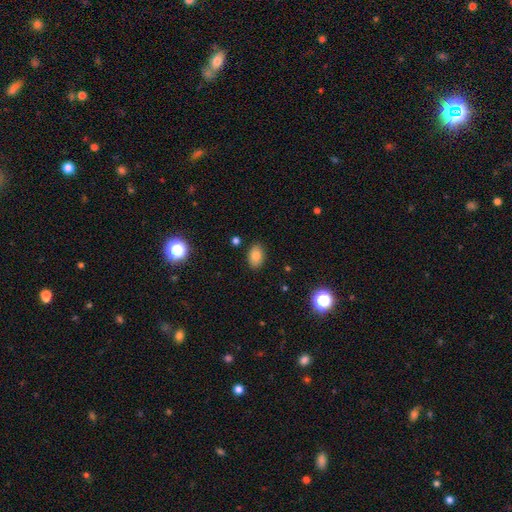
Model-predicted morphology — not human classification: smooth 81%, star or artifact 11%, featured or disk 8%. Down the decision tree: how rounded — in between (85%); merging — none (86%).